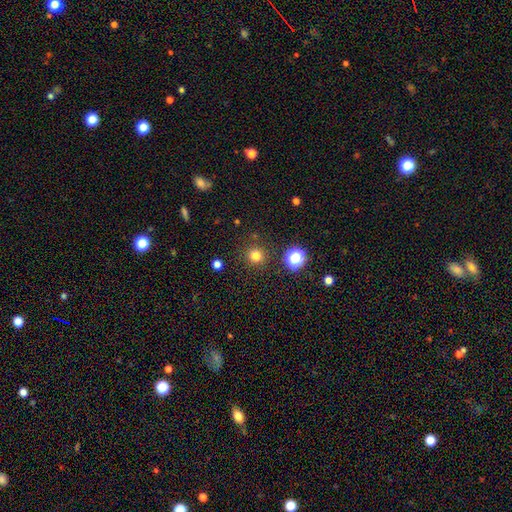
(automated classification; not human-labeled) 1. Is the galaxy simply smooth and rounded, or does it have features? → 78% smooth, 16% star or artifact, 5% featured or disk.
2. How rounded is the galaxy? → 93% round, 6% in between, 1% cigar-shaped.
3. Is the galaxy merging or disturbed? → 89% none, 6% minor disturbance, 3% major disturbance, 2% merger.